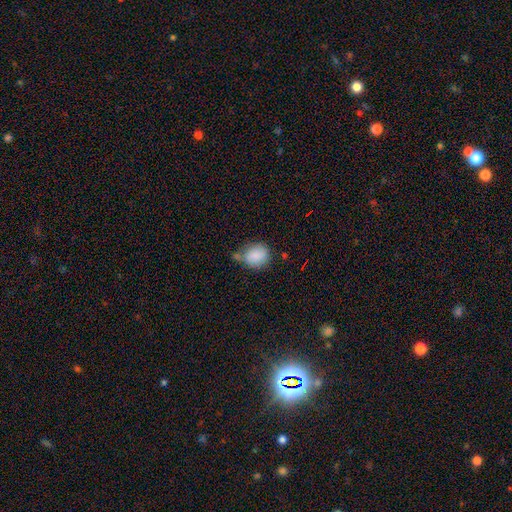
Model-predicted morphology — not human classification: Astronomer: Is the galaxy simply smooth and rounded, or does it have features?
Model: smooth — 86%.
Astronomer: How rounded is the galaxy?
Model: round — 66%.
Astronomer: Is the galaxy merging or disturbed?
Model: none — 55%.